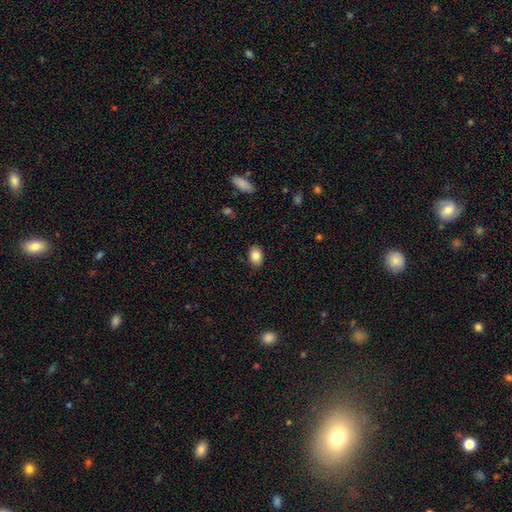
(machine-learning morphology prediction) Smooth or featured? smooth (85%)
How rounded? in between (78%)
Merging? none (88%)